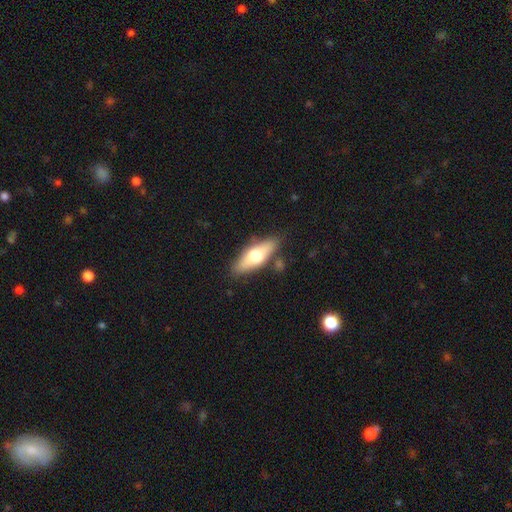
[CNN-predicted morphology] The model was most divided on "smooth or featured": smooth: 56%, featured or disk: 38%, star or artifact: 6%. More confident: merging — none (81%); how rounded — in between (60%).